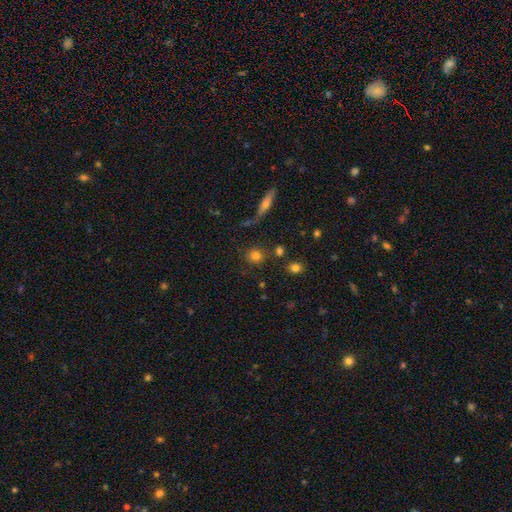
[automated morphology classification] type=smooth (79%); roundness=round (82%); merging=none (78%).